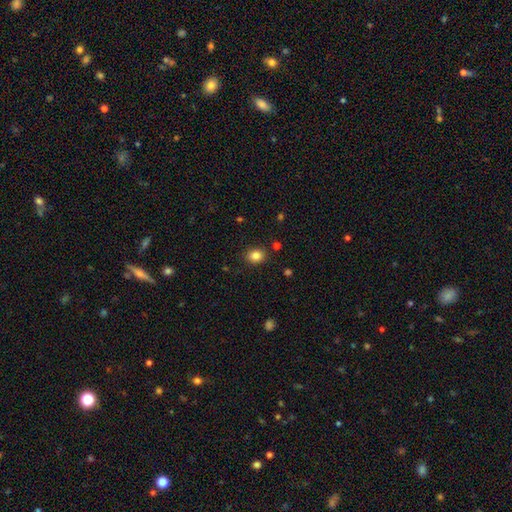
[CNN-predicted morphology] Smooth or featured? Predicted: smooth (p=0.84). How rounded? Predicted: round (p=0.53). Merging? Predicted: none (p=0.87).